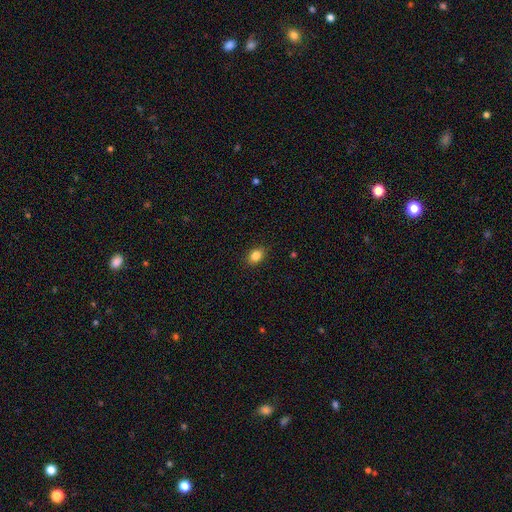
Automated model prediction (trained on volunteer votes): A smooth galaxy with no disk features (85%) that is in between round and cigar-shaped (63%). Merging: none (87%).